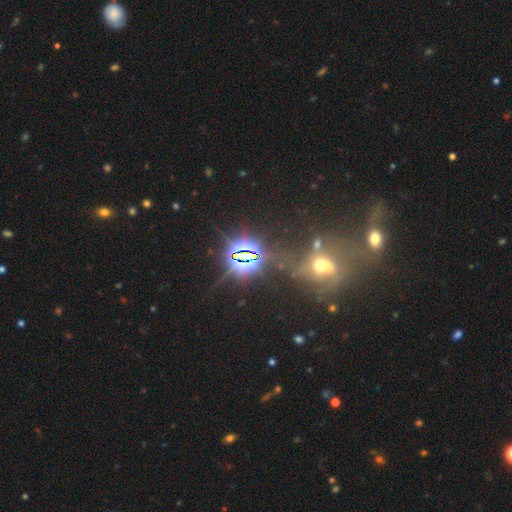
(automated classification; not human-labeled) Morphology: type=star or artifact (69%).